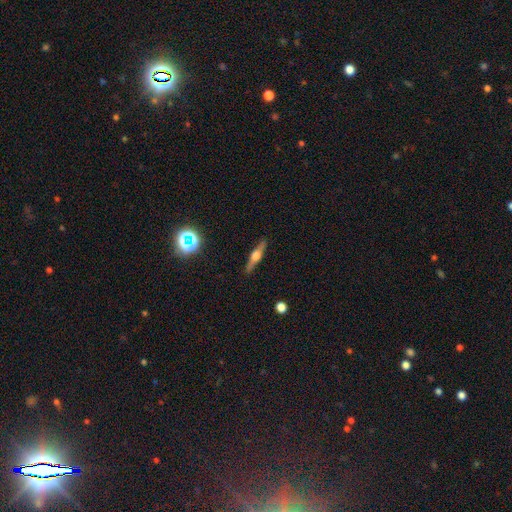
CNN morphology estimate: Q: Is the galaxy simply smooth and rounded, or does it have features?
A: featured or disk — 72%.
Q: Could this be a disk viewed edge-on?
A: yes — 97%.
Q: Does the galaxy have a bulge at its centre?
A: rounded — 91%.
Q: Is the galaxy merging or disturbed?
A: none — 90%.